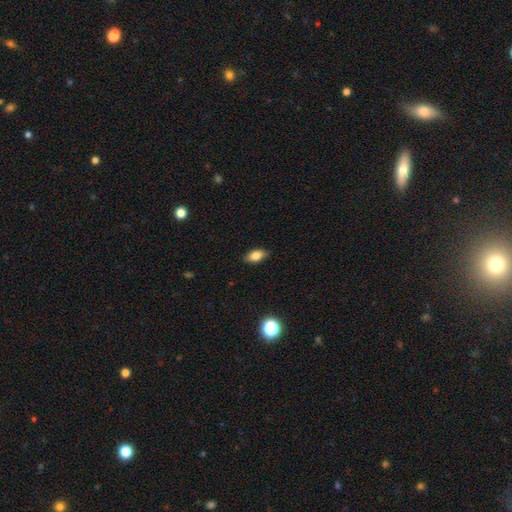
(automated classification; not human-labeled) Q: Smooth or featured?
A: smooth (82%); runner-up: featured or disk (10%)
Q: How rounded?
A: in between (89%); runner-up: round (6%)
Q: Merging?
A: none (88%); runner-up: minor disturbance (9%)